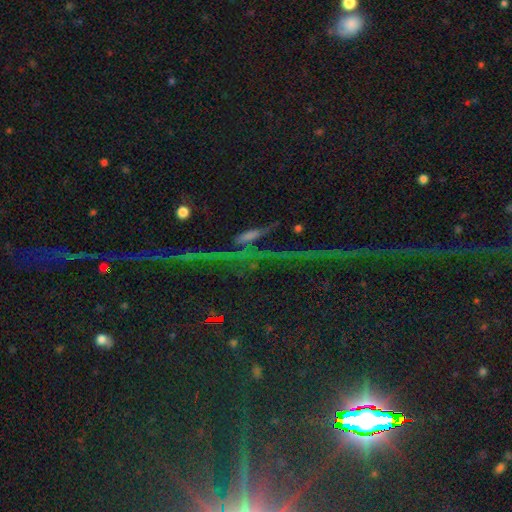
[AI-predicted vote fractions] smooth-or-featured: star or artifact: 76% | featured or disk: 15% | smooth: 10%